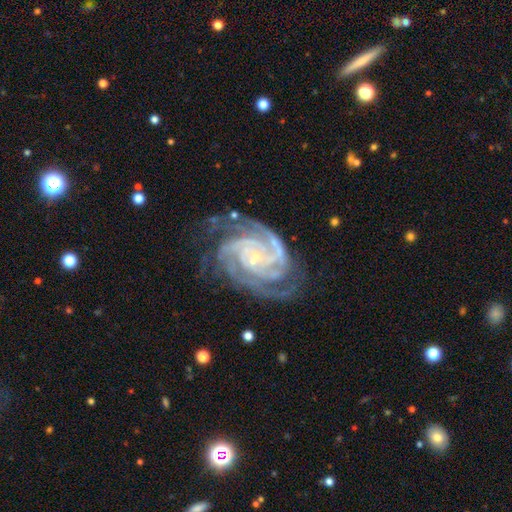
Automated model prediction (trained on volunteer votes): Smooth or featured? Predicted: featured or disk (p=0.93). Edge-on disk? Predicted: no (p=0.98). Bar? Predicted: no (p=0.61). Spiral arms? Predicted: yes (p=0.99). Spiral winding? Predicted: tight (p=0.73). Spiral arm count? Predicted: 3 (p=0.33). Bulge size? Predicted: small (p=0.82). Merging? Predicted: none (p=0.71).